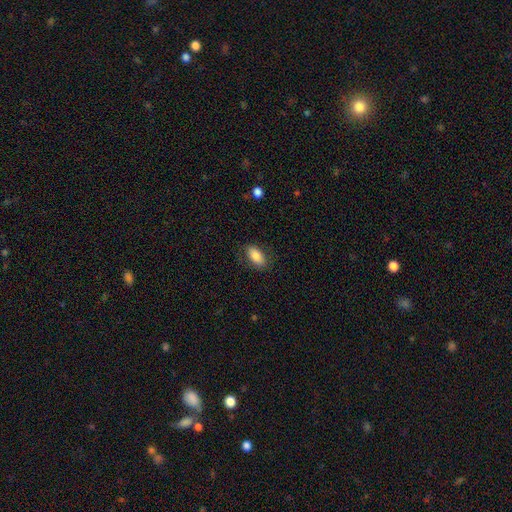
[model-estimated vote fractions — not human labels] Smooth or featured: smooth — 84% (featured or disk — 9%)
How rounded: in between — 91% (cigar-shaped — 5%)
Merging: none — 82% (minor disturbance — 13%)